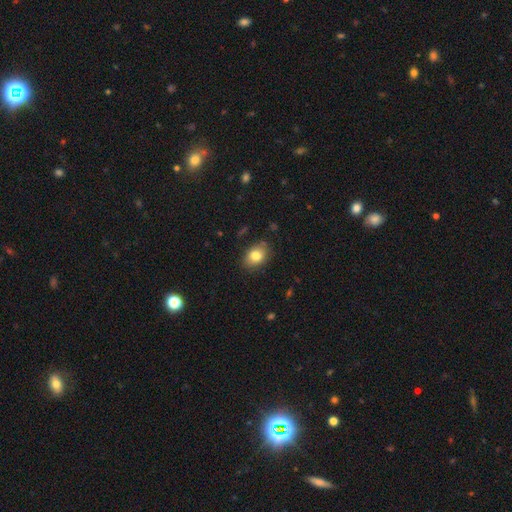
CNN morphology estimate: This appears to be a smooth galaxy with no disk features (81%) that is in between round and cigar-shaped (71%). Merging: none (83%).